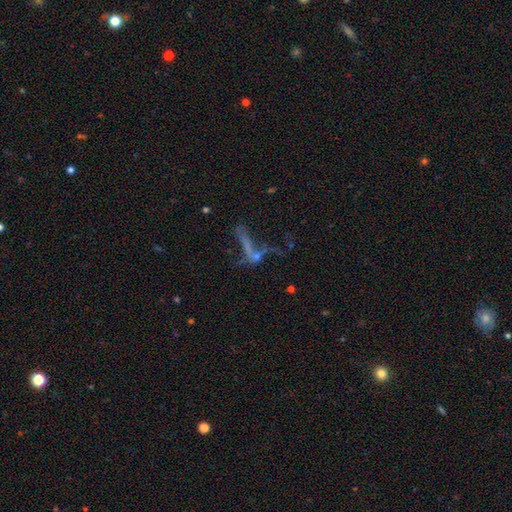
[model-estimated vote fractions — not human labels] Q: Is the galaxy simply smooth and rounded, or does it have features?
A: featured or disk — 42%.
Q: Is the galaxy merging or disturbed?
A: merger — 32%.